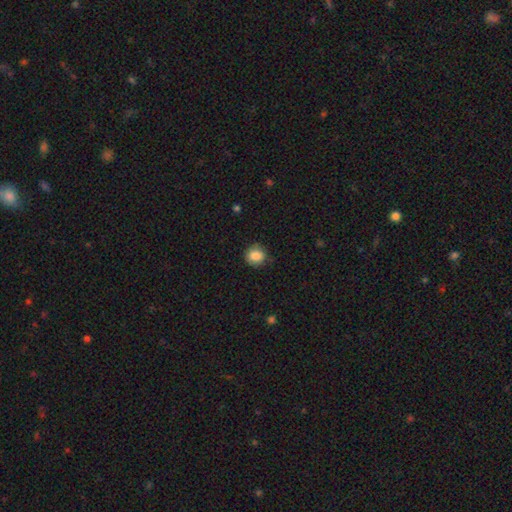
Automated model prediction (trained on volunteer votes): Morphology: type=smooth (84%); roundness=round (85%); merging=none (82%).